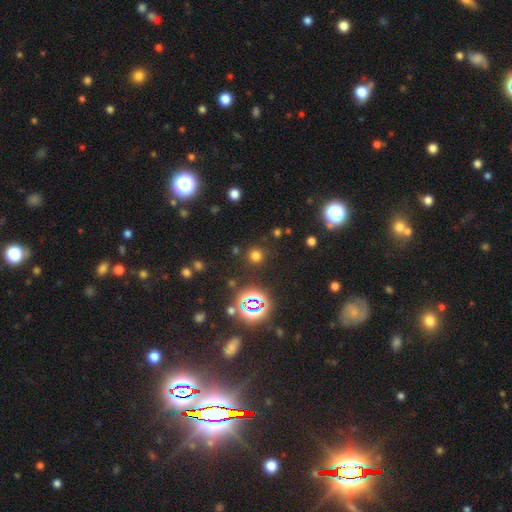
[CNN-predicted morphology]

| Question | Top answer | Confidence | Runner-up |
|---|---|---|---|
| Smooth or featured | smooth | 65% | star or artifact (29%) |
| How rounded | round | 93% | in between (6%) |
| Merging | none | 87% | minor disturbance (7%) |